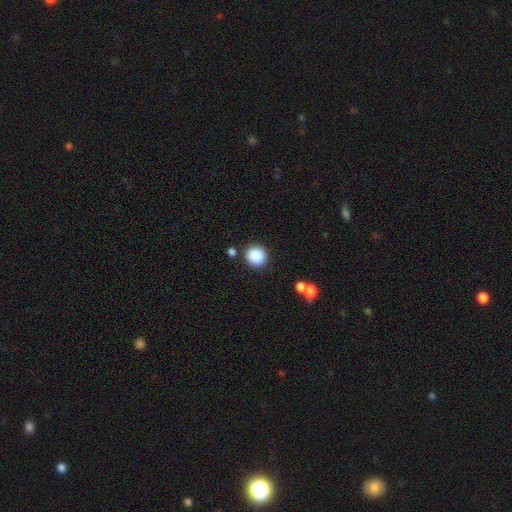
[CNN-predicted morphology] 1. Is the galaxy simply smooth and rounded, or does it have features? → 87% smooth, 9% star or artifact, 4% featured or disk.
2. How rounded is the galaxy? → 91% round, 8% in between, 1% cigar-shaped.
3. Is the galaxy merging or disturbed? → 85% none, 8% minor disturbance, 4% merger, 3% major disturbance.